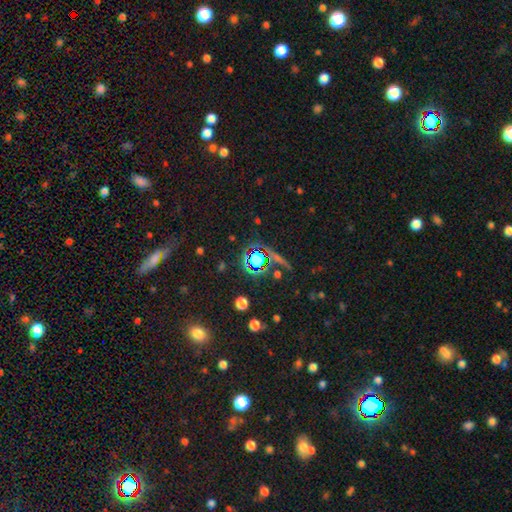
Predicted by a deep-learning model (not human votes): This is likely a star or artifact rather than a galaxy (69%).